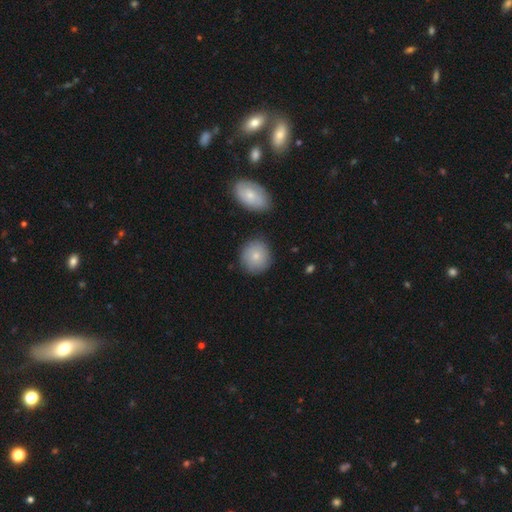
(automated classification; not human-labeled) Smooth or featured? Predicted: smooth (p=0.79). How rounded? Predicted: round (p=0.89). Merging? Predicted: none (p=0.83).